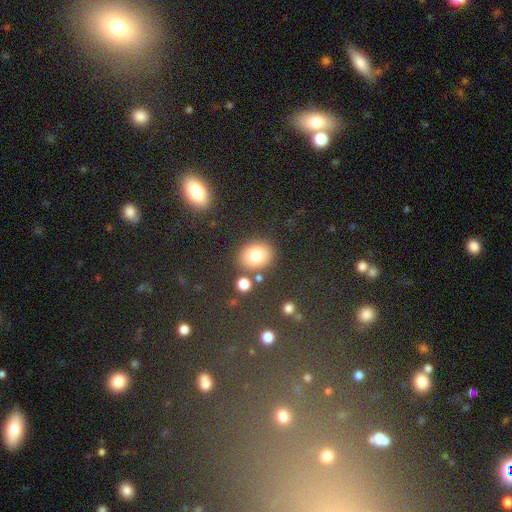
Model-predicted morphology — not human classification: smooth 78%, star or artifact 12%, featured or disk 9%. Down the decision tree: how rounded — round (69%); merging — none (80%).